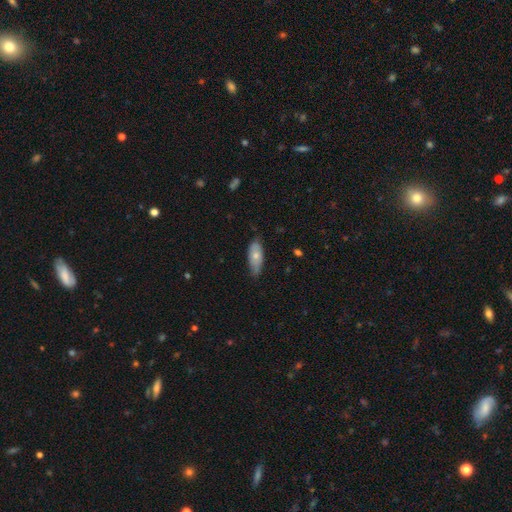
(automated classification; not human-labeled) smooth_or_featured: smooth (p=0.64) [alt: featured or disk p=0.30]
how_rounded: in between (p=0.82) [alt: cigar-shaped p=0.15]
merging: none (p=0.61) [alt: minor disturbance p=0.32]